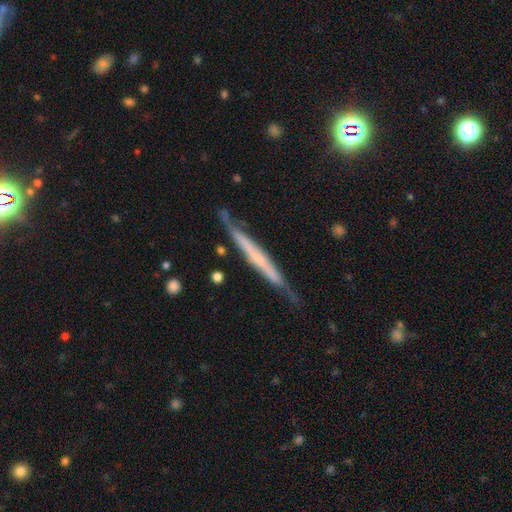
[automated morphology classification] A featured or disk galaxy (60%) viewed edge-on (92%) with no central bulge (71%).

Vote fractions:
- Smooth or featured? featured or disk: 60% / smooth: 34% / star or artifact: 6%
- Edge-on disk? yes: 92% / no: 8%
- Edge-on bulge? none: 71% / rounded: 17% / boxy: 13%
- Merging? none: 70% / minor disturbance: 23% / major disturbance: 5% / merger: 3%